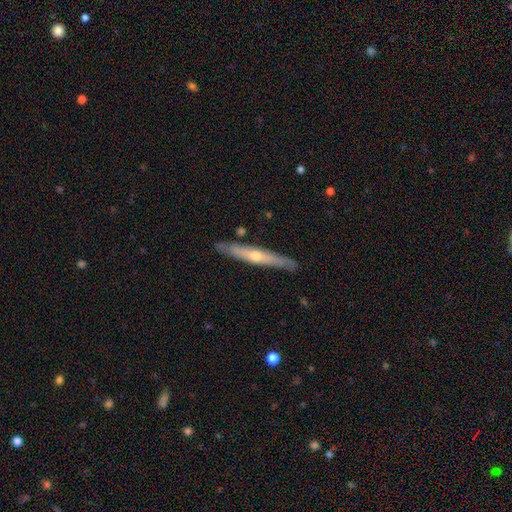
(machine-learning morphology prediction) A featured or disk galaxy (63%) viewed edge-on (89%) with a rounded central bulge (77%).

Vote fractions:
- Smooth or featured? featured or disk: 63% / smooth: 31% / star or artifact: 6%
- Edge-on disk? yes: 89% / no: 11%
- Edge-on bulge? rounded: 77% / none: 20% / boxy: 2%
- Merging? none: 85% / minor disturbance: 11% / major disturbance: 2% / merger: 2%